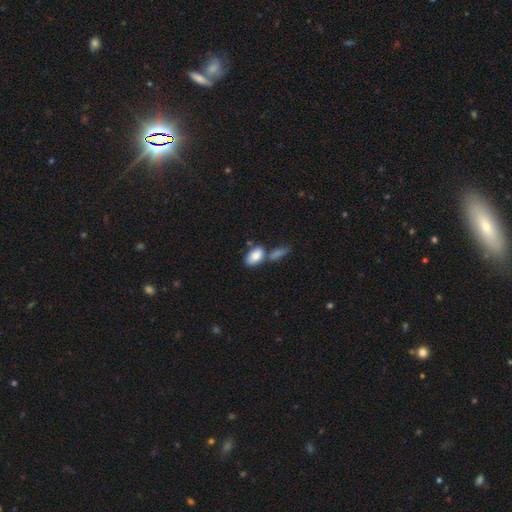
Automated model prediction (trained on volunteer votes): A smooth galaxy with no disk features (81%) that is in between round and cigar-shaped (92%). Merging: none (50%).